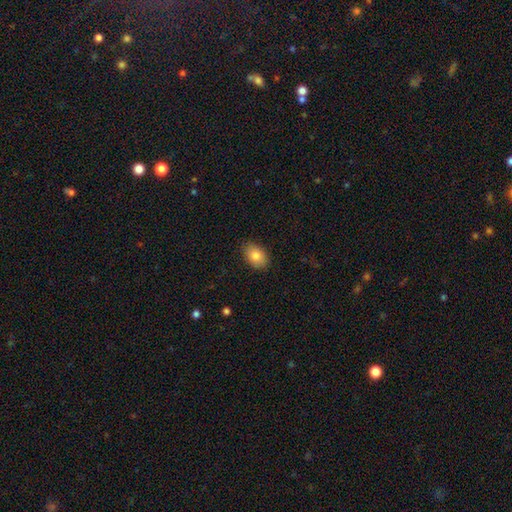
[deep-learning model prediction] A smooth galaxy with no disk features (84%) that is in between round and cigar-shaped (84%).

Vote fractions:
- Smooth or featured? smooth: 84% / featured or disk: 9% / star or artifact: 8%
- How rounded? in between: 84% / round: 15% / cigar-shaped: 1%
- Merging? none: 86% / minor disturbance: 10% / major disturbance: 2% / merger: 1%